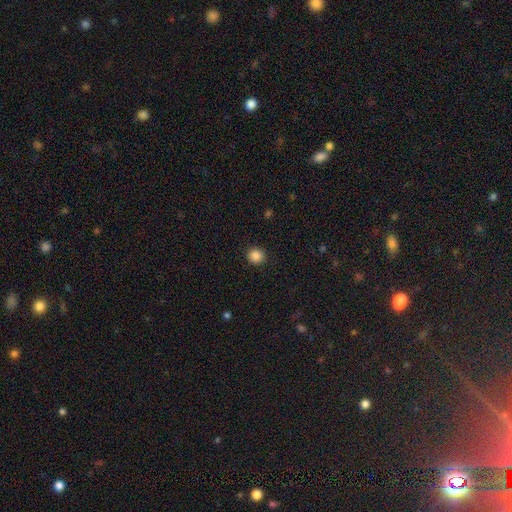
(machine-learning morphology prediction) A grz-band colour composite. It shows a smooth galaxy with no disk features (87%) that is round (93%). Merging: none (92%).